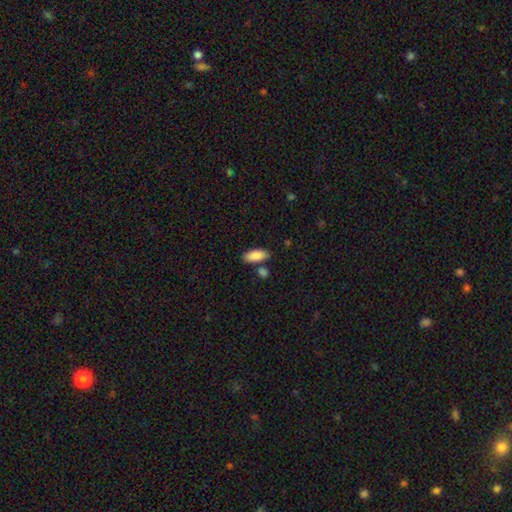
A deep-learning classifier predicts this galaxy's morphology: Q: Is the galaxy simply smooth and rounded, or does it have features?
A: smooth — 89%.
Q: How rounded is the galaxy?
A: in between — 84%.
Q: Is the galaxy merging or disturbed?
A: none — 75%.